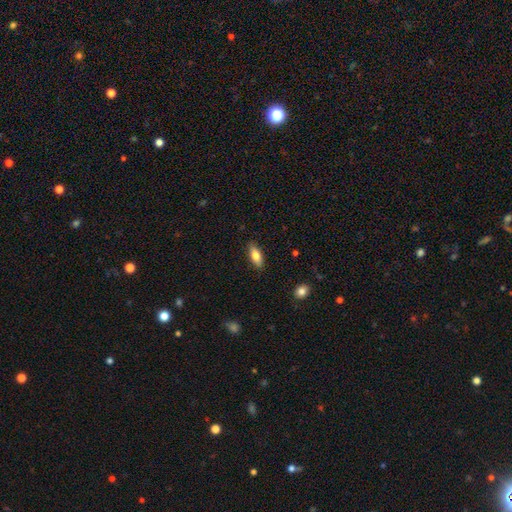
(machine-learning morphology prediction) smooth_or_featured: smooth (p=0.78) [alt: featured or disk p=0.16]
how_rounded: in between (p=0.73) [alt: cigar-shaped p=0.24]
merging: none (p=0.87) [alt: minor disturbance p=0.10]